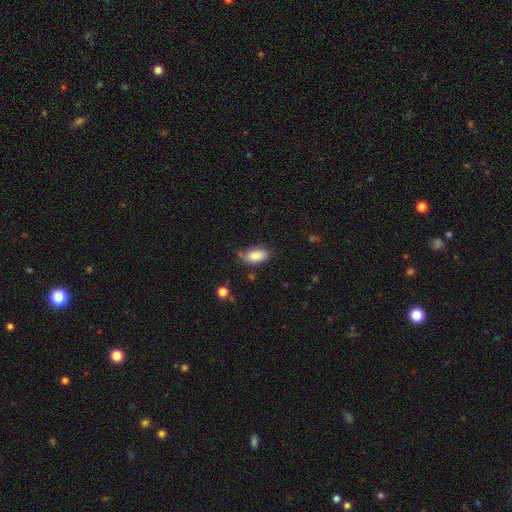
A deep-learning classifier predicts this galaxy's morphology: Smooth or featured?
  - smooth: 86% *
  - star or artifact: 7%
  - featured or disk: 7%
How rounded?
  - in between: 91% *
  - cigar-shaped: 6%
  - round: 3%
Merging?
  - none: 74% *
  - minor disturbance: 19%
  - major disturbance: 4%
  - merger: 3%